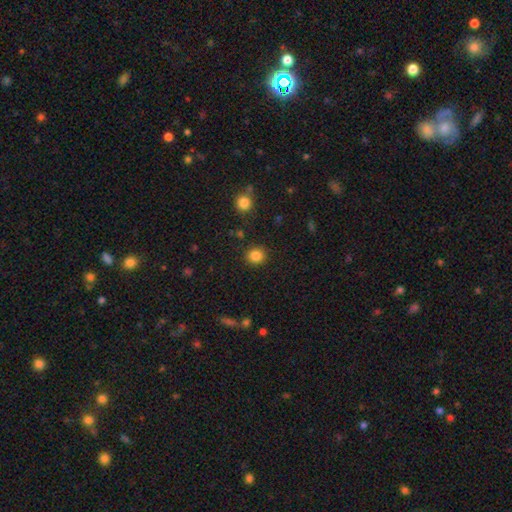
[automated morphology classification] Smooth or featured?
  - smooth: 84% *
  - star or artifact: 11%
  - featured or disk: 4%
How rounded?
  - round: 89% *
  - in between: 10%
  - cigar-shaped: 1%
Merging?
  - none: 90% *
  - minor disturbance: 6%
  - major disturbance: 2%
  - merger: 2%